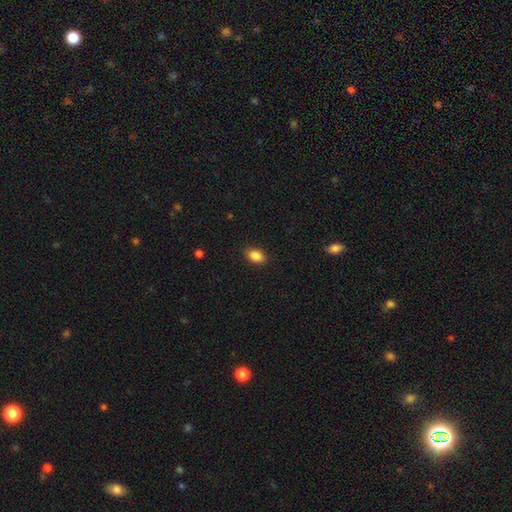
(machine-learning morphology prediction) Smooth or featured?
  - smooth: 87% *
  - star or artifact: 8%
  - featured or disk: 5%
How rounded?
  - in between: 88% *
  - round: 10%
  - cigar-shaped: 2%
Merging?
  - none: 89% *
  - minor disturbance: 8%
  - major disturbance: 2%
  - merger: 1%